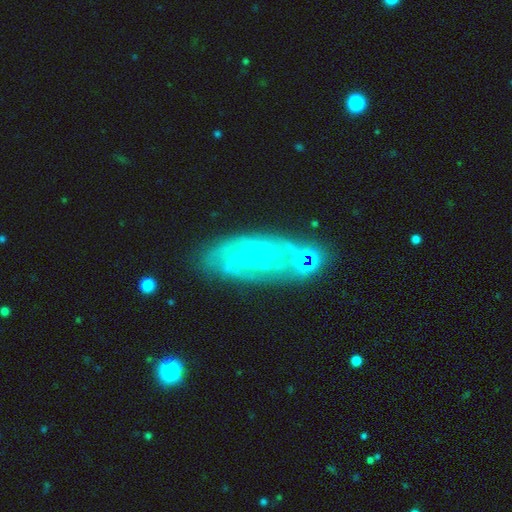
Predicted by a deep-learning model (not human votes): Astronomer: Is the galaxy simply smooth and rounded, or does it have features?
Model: featured or disk — 73%.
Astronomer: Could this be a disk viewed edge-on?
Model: no — 91%.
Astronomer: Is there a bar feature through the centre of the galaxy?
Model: no — 78%.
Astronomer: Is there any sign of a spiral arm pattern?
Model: yes — 84%.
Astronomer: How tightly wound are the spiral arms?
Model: tight — 69%.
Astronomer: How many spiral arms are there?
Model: can't tell — 55%.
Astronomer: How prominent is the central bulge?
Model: small — 86%.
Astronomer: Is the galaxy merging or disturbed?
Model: none — 67%.